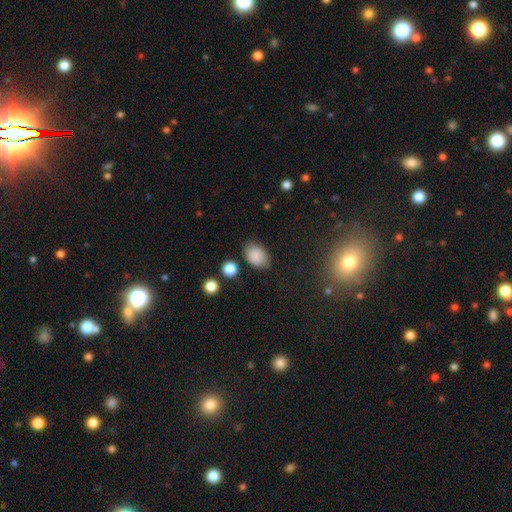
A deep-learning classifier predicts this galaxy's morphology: smooth_or_featured: smooth (p=0.87) [alt: star or artifact p=0.08]
how_rounded: in between (p=0.83) [alt: round p=0.16]
merging: none (p=0.80) [alt: minor disturbance p=0.14]